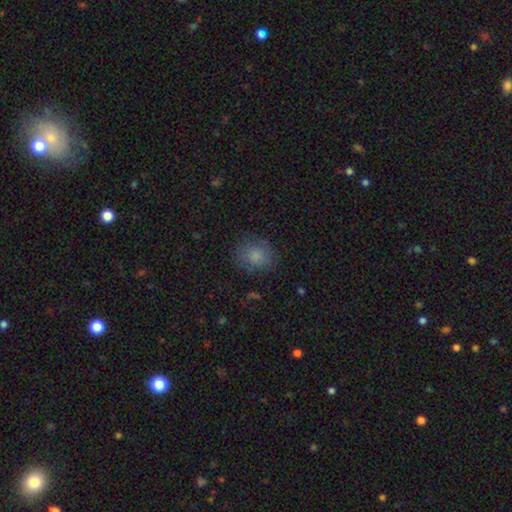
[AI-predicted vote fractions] Smooth or featured? smooth (82%)
How rounded? round (69%)
Merging? none (79%)